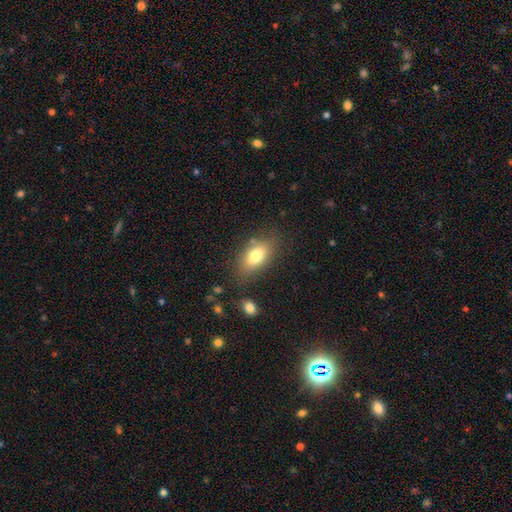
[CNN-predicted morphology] Smooth or featured: smooth — 76% (featured or disk — 15%)
How rounded: in between — 87% (cigar-shaped — 7%)
Merging: none — 76% (minor disturbance — 15%)